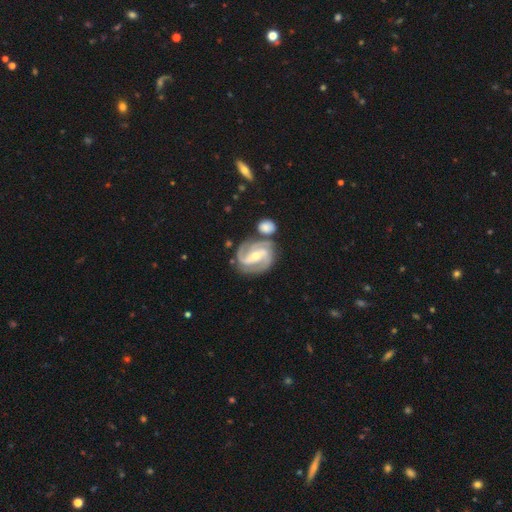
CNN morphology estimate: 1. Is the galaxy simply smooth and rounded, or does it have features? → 91% featured or disk, 5% smooth, 4% star or artifact.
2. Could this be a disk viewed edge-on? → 97% no, 3% yes.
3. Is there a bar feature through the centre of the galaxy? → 52% strong, 32% weak, 16% no.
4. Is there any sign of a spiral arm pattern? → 98% yes, 2% no.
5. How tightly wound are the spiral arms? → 48% medium, 40% tight, 12% loose.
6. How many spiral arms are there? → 56% 2, 30% 3, 5% can't tell, 4% 4, 3% 1, 2% more than 4.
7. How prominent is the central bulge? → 49% moderate, 48% small, 1% large, 1% none, 1% dominant.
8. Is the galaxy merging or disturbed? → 69% none, 14% minor disturbance, 12% merger, 5% major disturbance.